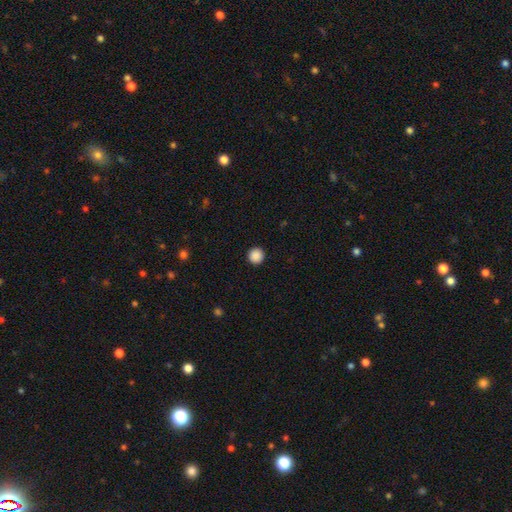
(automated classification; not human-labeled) Smooth or featured: smooth — 89% (star or artifact — 9%)
How rounded: round — 96% (in between — 3%)
Merging: none — 93% (minor disturbance — 4%)